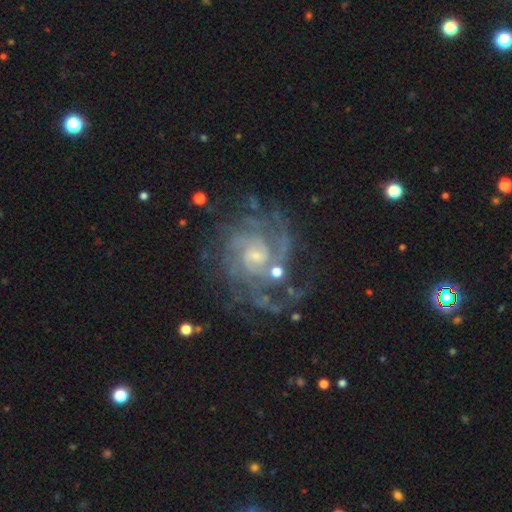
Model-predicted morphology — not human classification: Smooth or featured? featured or disk (90%)
Edge-on disk? no (98%)
Bar? no (50%)
Spiral arms? yes (97%)
Spiral winding? tight (59%)
Spiral arm count? can't tell (25%)
Bulge size? small (67%)
Merging? none (64%)